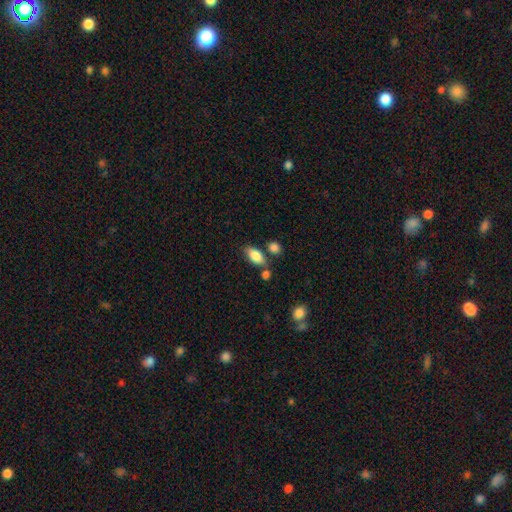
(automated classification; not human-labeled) A smooth galaxy with no disk features (84%) that is in between round and cigar-shaped (88%). Merging: none (69%).